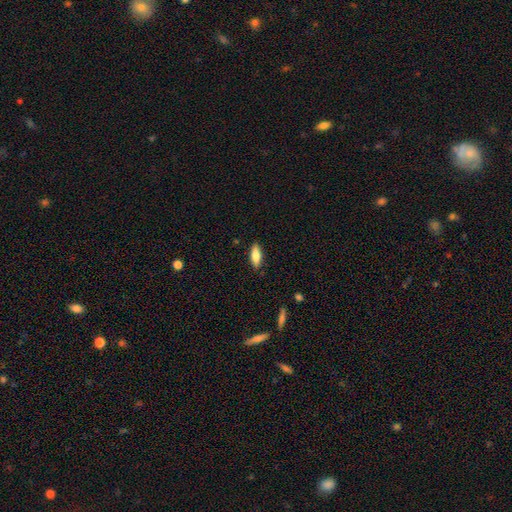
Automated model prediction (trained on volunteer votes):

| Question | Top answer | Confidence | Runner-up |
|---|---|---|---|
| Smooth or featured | smooth | 75% | featured or disk (19%) |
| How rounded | in between | 68% | cigar-shaped (30%) |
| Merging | none | 87% | minor disturbance (10%) |